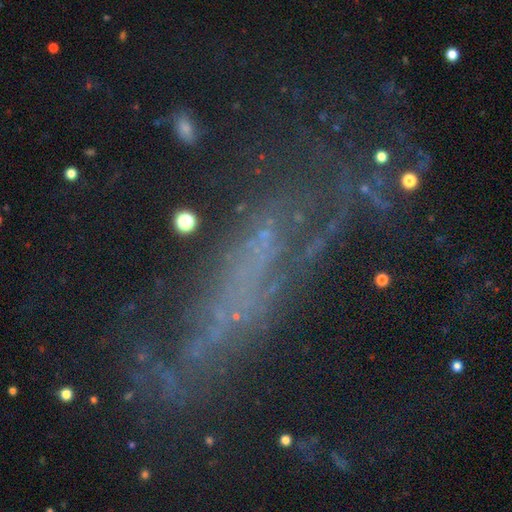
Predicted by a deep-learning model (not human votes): smooth_or_featured: featured or disk (p=0.45) [alt: star or artifact p=0.31]
merging: none (p=0.47) [alt: major disturbance p=0.27]